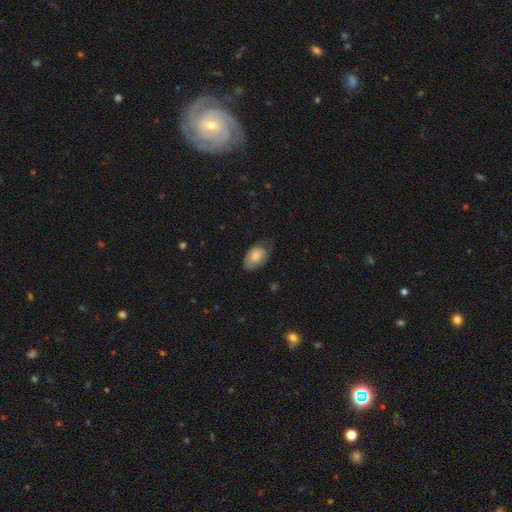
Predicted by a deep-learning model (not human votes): This is likely a smooth galaxy (77%). How rounded: clearly in between (90%). Merging: possibly none (49%).